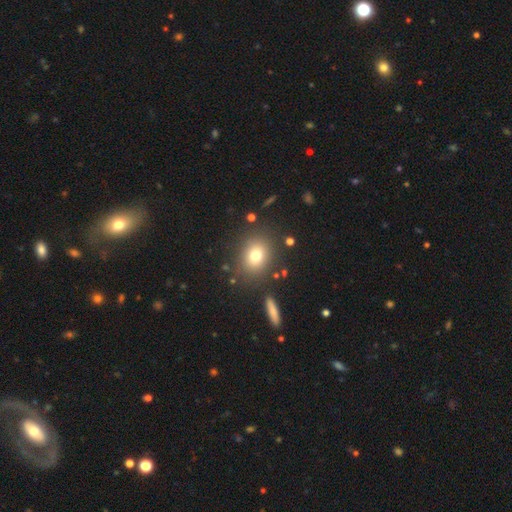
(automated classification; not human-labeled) Smooth or featured? Predicted: smooth (p=0.76). How rounded? Predicted: round (p=0.58). Merging? Predicted: none (p=0.83).